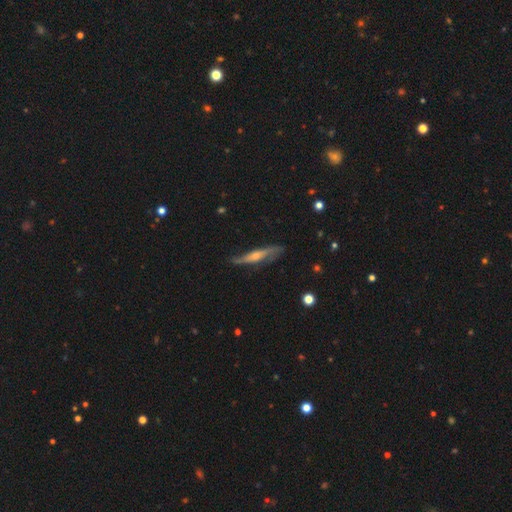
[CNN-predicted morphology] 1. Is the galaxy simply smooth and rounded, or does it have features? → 66% featured or disk, 27% smooth, 7% star or artifact.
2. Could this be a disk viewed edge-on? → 72% yes, 28% no.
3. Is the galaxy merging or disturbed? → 71% none, 21% minor disturbance, 6% major disturbance, 2% merger.